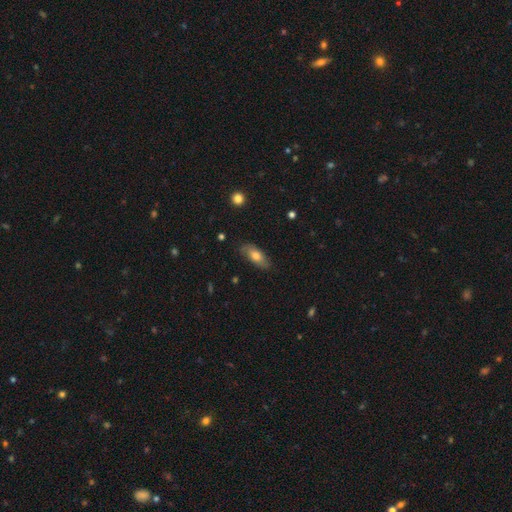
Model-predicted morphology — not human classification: Smooth or featured?
  - smooth: 64% *
  - featured or disk: 29%
  - star or artifact: 7%
How rounded?
  - in between: 81% *
  - cigar-shaped: 16%
  - round: 3%
Merging?
  - none: 76% *
  - minor disturbance: 19%
  - major disturbance: 4%
  - merger: 1%